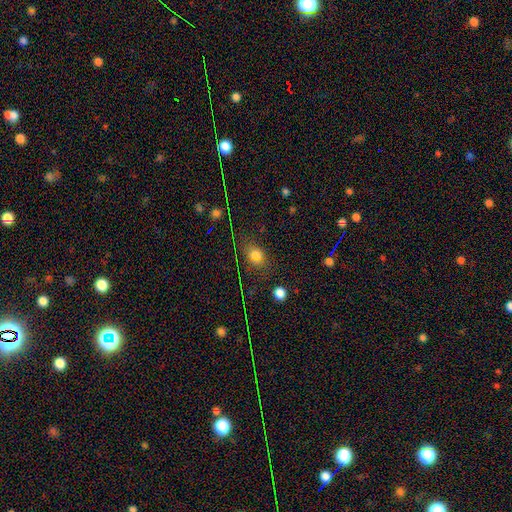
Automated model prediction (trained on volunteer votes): This is likely a smooth galaxy (74%). How rounded: possibly in between (55%). Merging: likely none (74%).